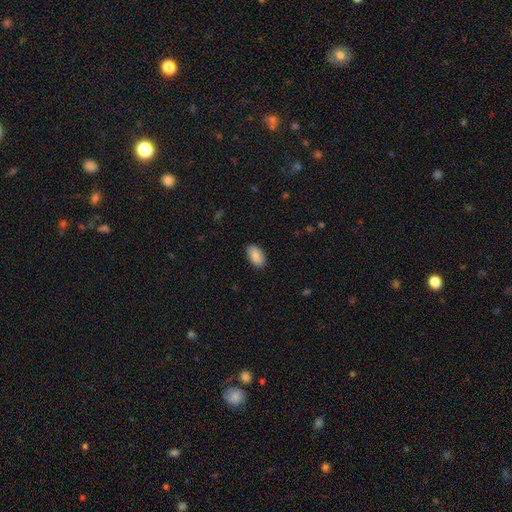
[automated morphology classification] A smooth galaxy with no disk features (88%) that is in between round and cigar-shaped (95%). Merging: none (87%).